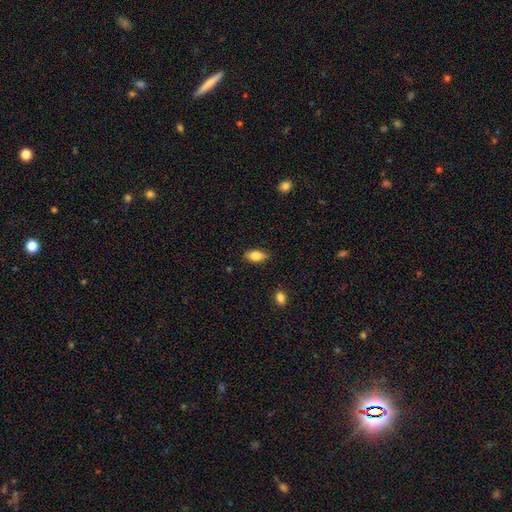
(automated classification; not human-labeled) This is clearly a smooth galaxy (82%). How rounded: clearly in between (89%). Merging: clearly none (86%).